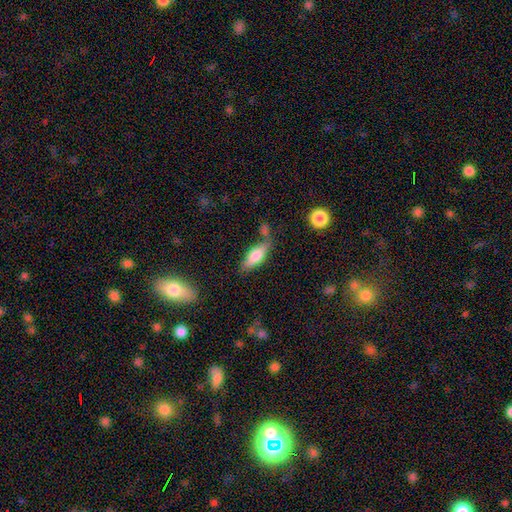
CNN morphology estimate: Smooth or featured?
  - smooth: 67% *
  - featured or disk: 26%
  - star or artifact: 7%
How rounded?
  - in between: 62% *
  - cigar-shaped: 36%
  - round: 3%
Merging?
  - none: 64% *
  - minor disturbance: 19%
  - merger: 11%
  - major disturbance: 6%